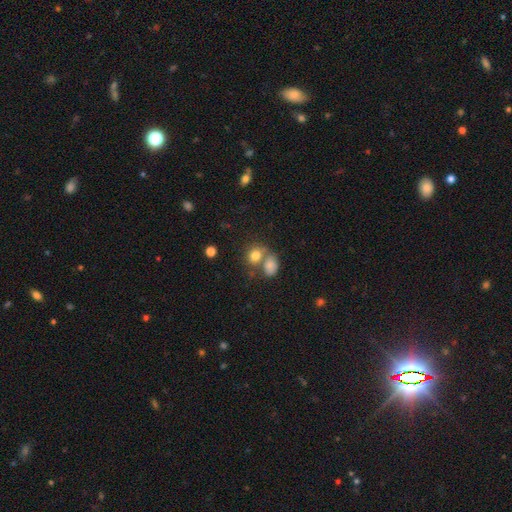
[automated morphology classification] smooth 79%, star or artifact 11%, featured or disk 10%. Down the decision tree: how rounded — round (59%); merging — merger (45%).